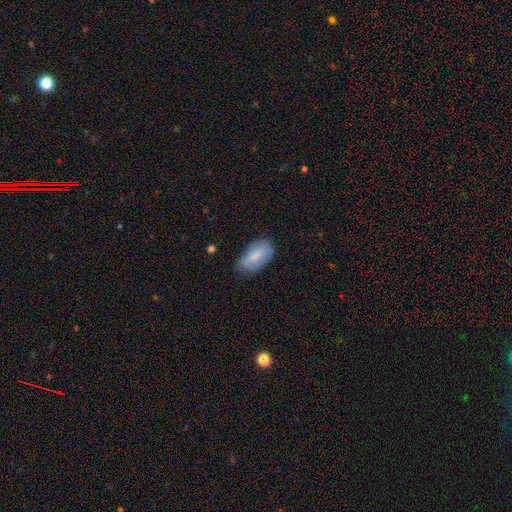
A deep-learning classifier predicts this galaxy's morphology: type=smooth (79%); roundness=in between (93%); merging=none (66%).